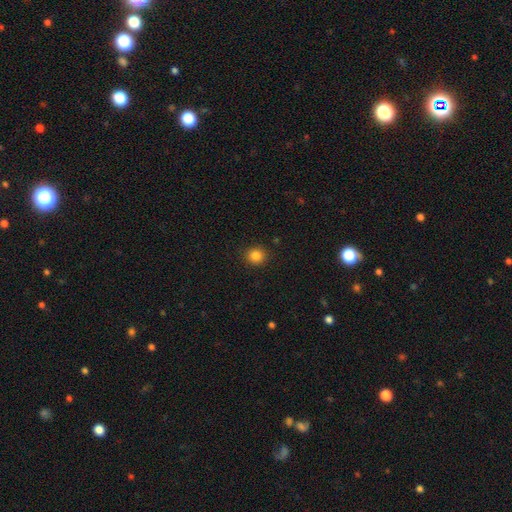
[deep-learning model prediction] Smooth or featured? smooth (84%)
How rounded? round (88%)
Merging? none (91%)